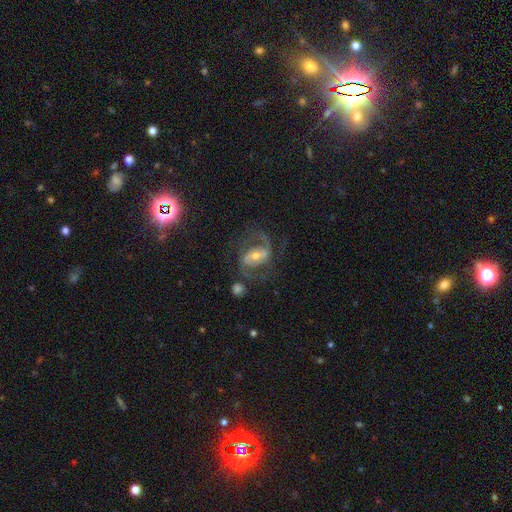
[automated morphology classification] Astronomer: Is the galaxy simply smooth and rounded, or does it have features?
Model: featured or disk — 84%.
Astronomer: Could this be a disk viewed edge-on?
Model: no — 97%.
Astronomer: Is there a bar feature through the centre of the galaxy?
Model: weak — 40% (runner-up: strong, 37%).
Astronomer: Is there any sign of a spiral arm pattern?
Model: yes — 95%.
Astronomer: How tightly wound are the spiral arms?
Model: medium — 57%.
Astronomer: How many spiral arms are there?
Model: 2 — 90%.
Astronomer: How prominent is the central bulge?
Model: moderate — 50% (runner-up: small, 43%).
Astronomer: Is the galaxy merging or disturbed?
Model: none — 68%.